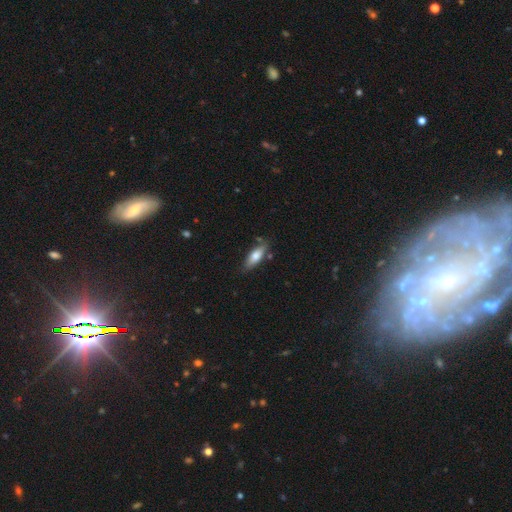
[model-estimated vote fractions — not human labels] smooth_or_featured: smooth (p=0.72) [alt: featured or disk p=0.22]
how_rounded: in between (p=0.63) [alt: cigar-shaped p=0.35]
merging: none (p=0.77) [alt: minor disturbance p=0.16]